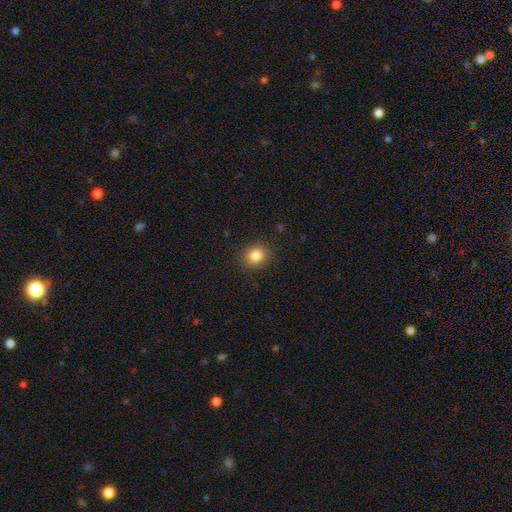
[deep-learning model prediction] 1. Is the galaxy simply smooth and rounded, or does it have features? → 84% smooth, 11% star or artifact, 5% featured or disk.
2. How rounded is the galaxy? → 80% round, 19% in between, 1% cigar-shaped.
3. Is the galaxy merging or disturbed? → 89% none, 7% minor disturbance, 2% major disturbance, 1% merger.